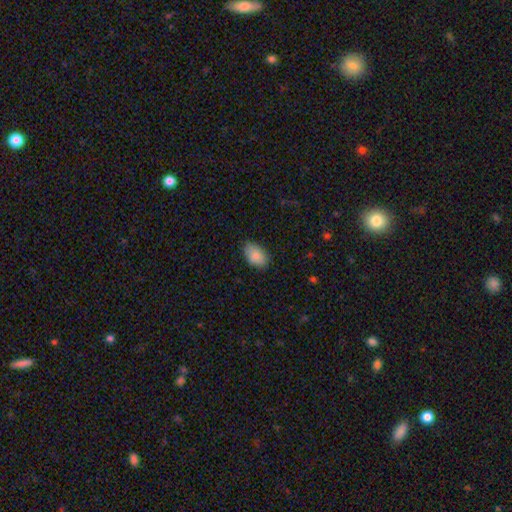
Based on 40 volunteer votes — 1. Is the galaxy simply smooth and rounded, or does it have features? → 90% smooth, 8% star or artifact, 2% featured or disk.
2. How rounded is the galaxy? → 92% in between, 6% round, 3% cigar-shaped.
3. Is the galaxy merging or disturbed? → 81% none, 16% minor disturbance, 3% major disturbance, 0% merger.